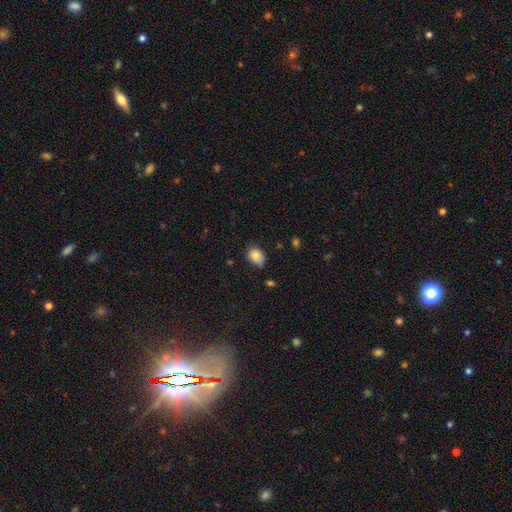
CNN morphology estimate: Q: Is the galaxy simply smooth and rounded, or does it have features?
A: smooth — 83%.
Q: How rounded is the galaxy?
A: in between — 54%.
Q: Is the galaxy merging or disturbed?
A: none — 61%.